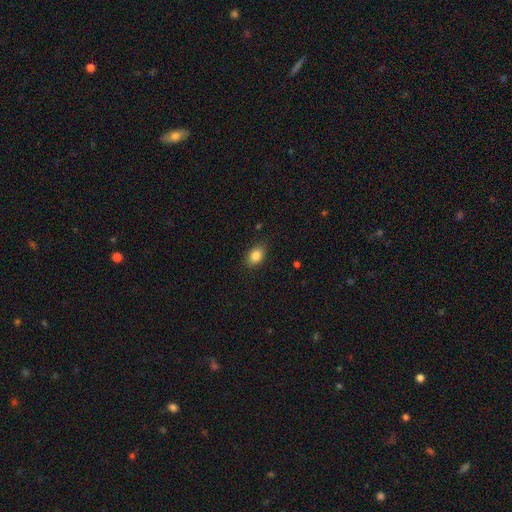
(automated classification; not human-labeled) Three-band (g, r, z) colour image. It shows a smooth galaxy with no disk features (85%) that is in between round and cigar-shaped (80%). Merging: none (84%).